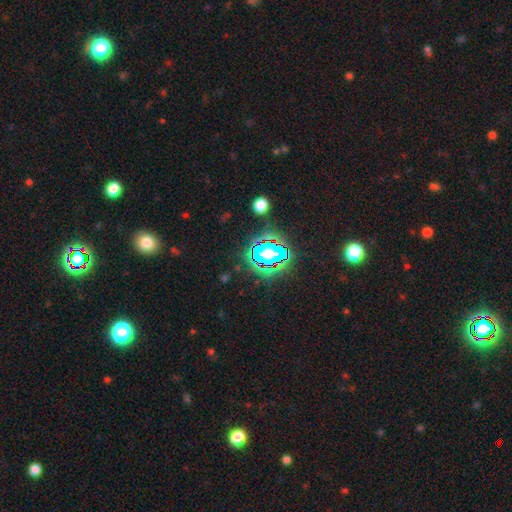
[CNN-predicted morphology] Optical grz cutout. It shows a star or artifact, not a galaxy (78%).